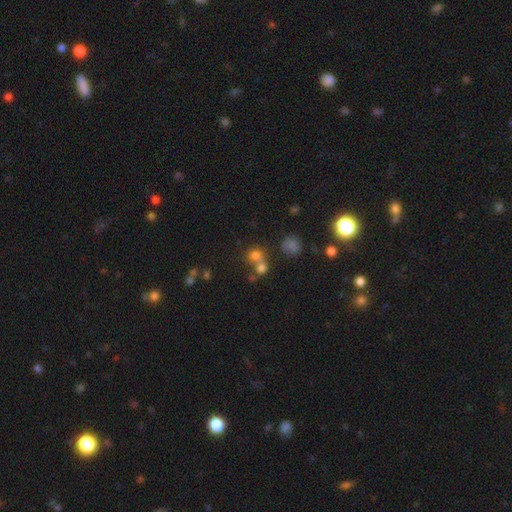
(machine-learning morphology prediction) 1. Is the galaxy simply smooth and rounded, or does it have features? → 69% smooth, 18% star or artifact, 13% featured or disk.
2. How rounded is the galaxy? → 76% round, 23% in between, 1% cigar-shaped.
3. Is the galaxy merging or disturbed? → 51% merger, 37% none, 7% minor disturbance, 5% major disturbance.